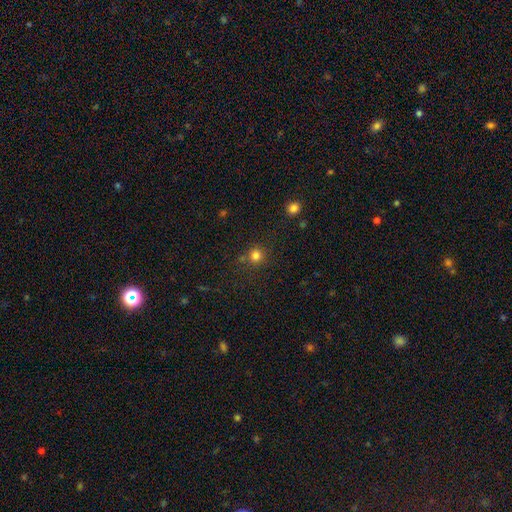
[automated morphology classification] smooth 80%, star or artifact 15%, featured or disk 5%. Down the decision tree: how rounded — round (92%); merging — none (79%).